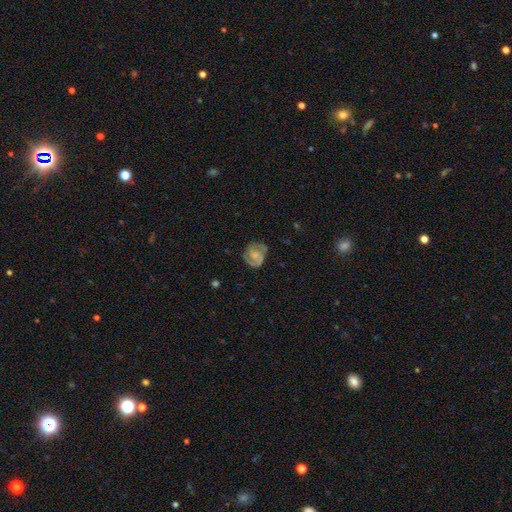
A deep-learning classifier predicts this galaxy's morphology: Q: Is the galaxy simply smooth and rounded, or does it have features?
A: featured or disk — 72%.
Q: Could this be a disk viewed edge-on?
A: no — 98%.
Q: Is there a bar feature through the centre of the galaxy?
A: no — 67%.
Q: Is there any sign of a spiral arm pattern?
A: yes — 89%.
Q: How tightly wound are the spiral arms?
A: tight — 52%.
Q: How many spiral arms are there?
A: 2 — 69%.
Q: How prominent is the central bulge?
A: moderate — 42%.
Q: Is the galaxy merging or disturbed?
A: none — 69%.